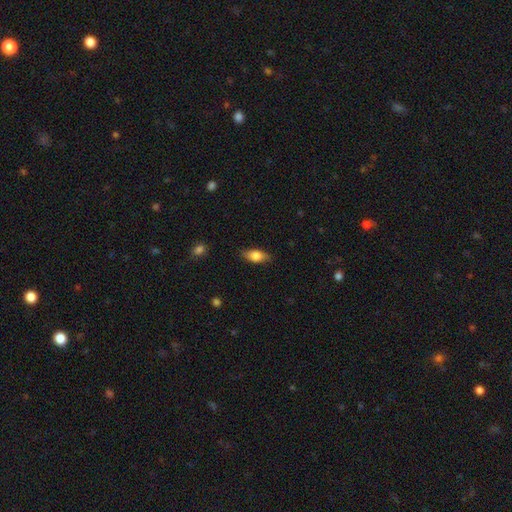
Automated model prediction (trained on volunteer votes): smooth 74%, featured or disk 18%, star or artifact 7%. Down the decision tree: how rounded — in between (83%); merging — none (82%).